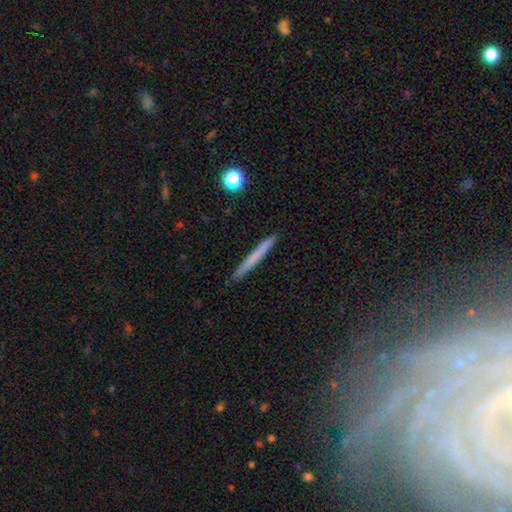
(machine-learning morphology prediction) Overall: smooth (63%; featured or disk 30%). How rounded: cigar-shaped (97%). Merging: none (91%).